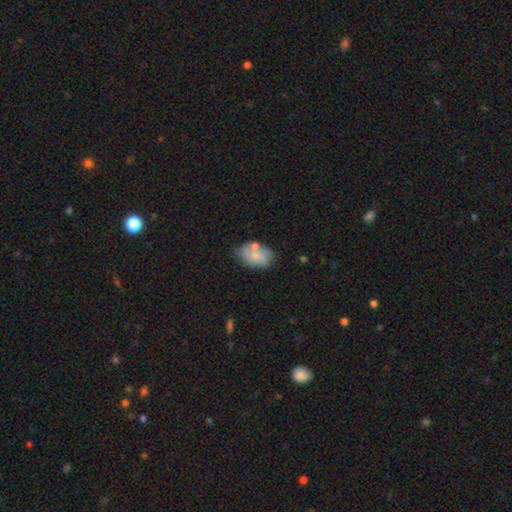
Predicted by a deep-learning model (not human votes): Smooth or featured? Predicted: smooth (p=0.68). How rounded? Predicted: in between (p=0.87). Merging? Predicted: none (p=0.52).